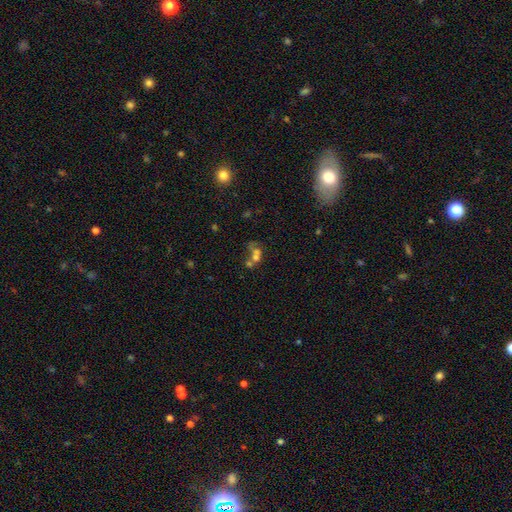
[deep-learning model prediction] This is possibly a smooth galaxy (46%). Merging: possibly merger (57%).